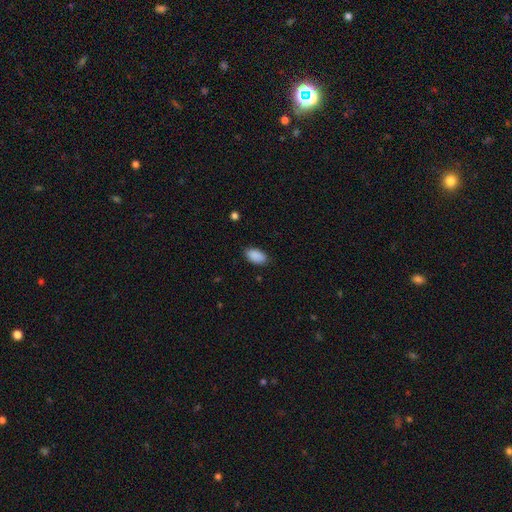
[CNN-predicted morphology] This is clearly a smooth galaxy (90%). How rounded: clearly in between (95%). Merging: clearly none (85%).